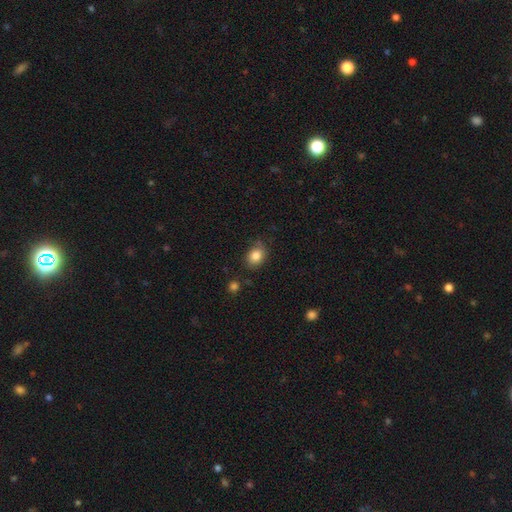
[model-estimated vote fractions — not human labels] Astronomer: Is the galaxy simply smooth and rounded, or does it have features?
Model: smooth — 84%.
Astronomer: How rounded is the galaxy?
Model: in between — 51% (runner-up: round, 48%).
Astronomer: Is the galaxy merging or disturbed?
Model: none — 73%.